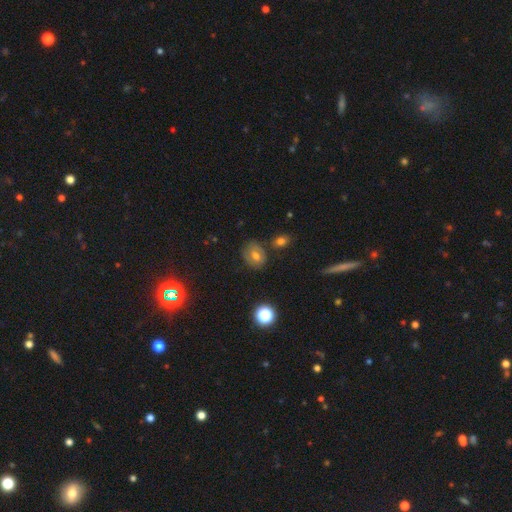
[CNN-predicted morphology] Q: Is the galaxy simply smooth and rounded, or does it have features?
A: smooth — 50%.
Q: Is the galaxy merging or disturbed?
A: none — 75%.